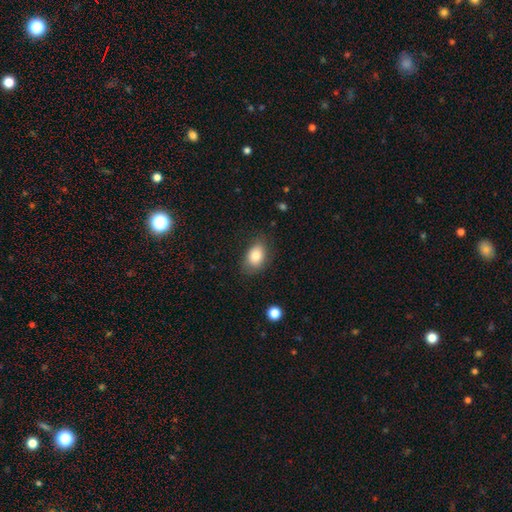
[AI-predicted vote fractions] Overall: smooth (81%). How rounded: in between (83%). Merging: none (75%).